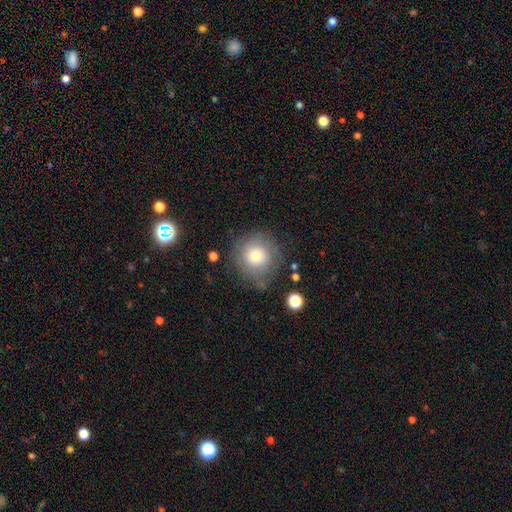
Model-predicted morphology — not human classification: Smooth or featured: smooth — 70% (featured or disk — 19%)
How rounded: round — 93% (in between — 6%)
Merging: none — 74% (minor disturbance — 16%)